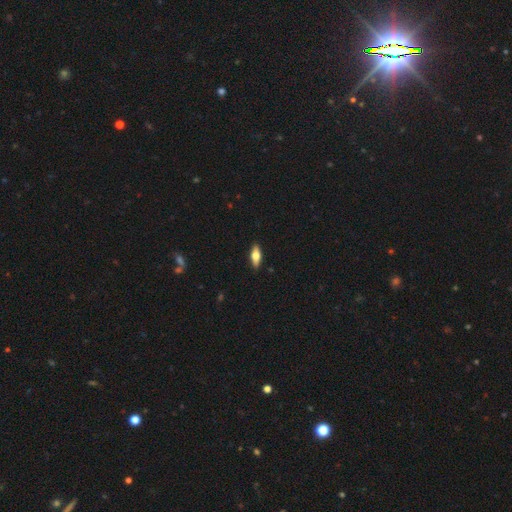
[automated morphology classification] Smooth or featured?
  - smooth: 56% *
  - featured or disk: 38%
  - star or artifact: 7%
How rounded?
  - in between: 67% *
  - cigar-shaped: 30%
  - round: 3%
Merging?
  - none: 90% *
  - minor disturbance: 8%
  - major disturbance: 2%
  - merger: 1%